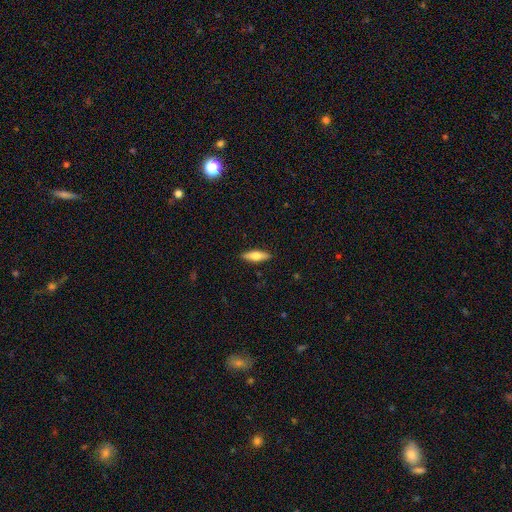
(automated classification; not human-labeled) Q: Smooth or featured?
A: smooth (60%); runner-up: featured or disk (34%)
Q: How rounded?
A: cigar-shaped (55%); runner-up: in between (42%)
Q: Merging?
A: none (89%); runner-up: minor disturbance (8%)